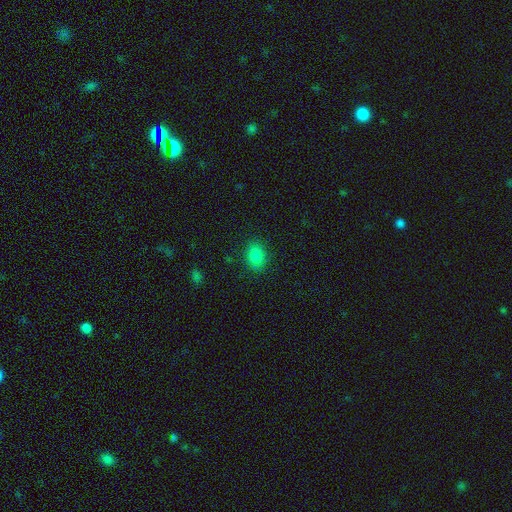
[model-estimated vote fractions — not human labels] This appears to be a smooth galaxy with no disk features (85%) that is in between round and cigar-shaped (70%). Merging: none (85%).